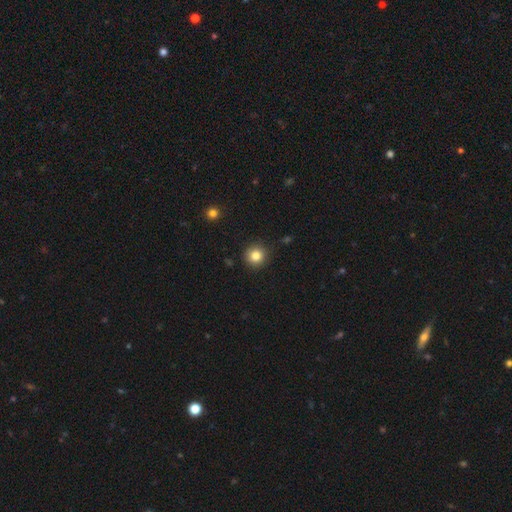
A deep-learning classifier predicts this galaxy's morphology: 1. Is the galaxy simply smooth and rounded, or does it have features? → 83% smooth, 11% star or artifact, 6% featured or disk.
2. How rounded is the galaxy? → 94% round, 6% in between, 1% cigar-shaped.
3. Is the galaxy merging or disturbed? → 90% none, 7% minor disturbance, 2% major disturbance, 1% merger.